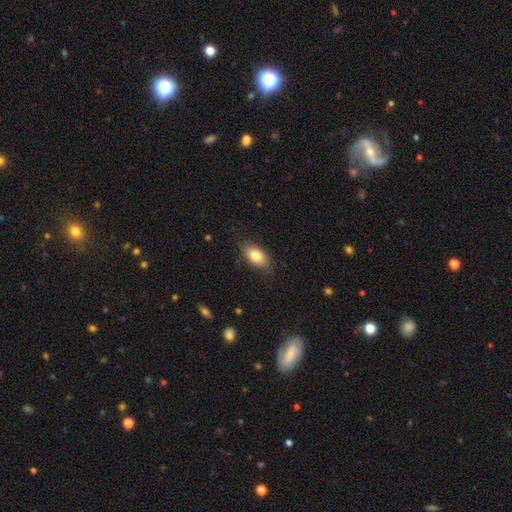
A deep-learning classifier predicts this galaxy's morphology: Smooth or featured?
  - smooth: 81% *
  - featured or disk: 12%
  - star or artifact: 7%
How rounded?
  - in between: 89% *
  - round: 7%
  - cigar-shaped: 4%
Merging?
  - none: 82% *
  - minor disturbance: 14%
  - major disturbance: 3%
  - merger: 1%